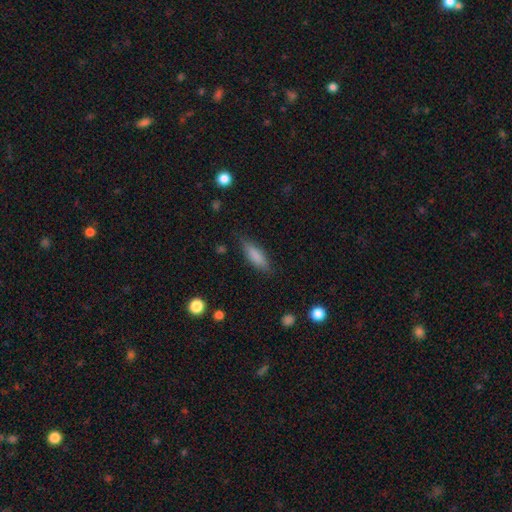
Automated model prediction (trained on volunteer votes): Smooth or featured: smooth — 79% (featured or disk — 14%)
How rounded: cigar-shaped — 49% (tied with in between — 49%)
Merging: none — 81% (minor disturbance — 15%)